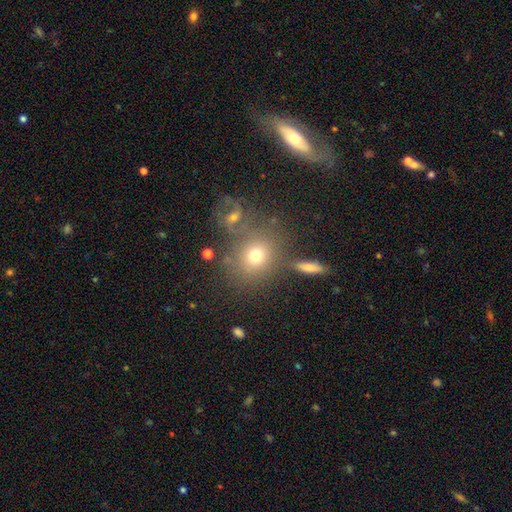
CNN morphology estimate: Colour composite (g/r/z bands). It shows a smooth galaxy with no disk features (70%) that is round (75%). Merging: none (67%).